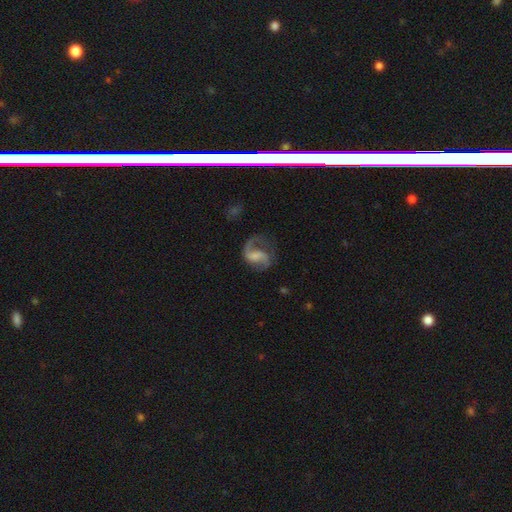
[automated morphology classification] smooth_or_featured: featured or disk (p=0.80) [alt: smooth p=0.14]
disk_edge_on: no (p=0.98) [alt: yes p=0.02]
bar: weak (p=0.44) [alt: no p=0.38]
has_spiral_arms: yes (p=0.93) [alt: no p=0.07]
spiral_winding: loose (p=0.49) [alt: medium p=0.42]
spiral_arm_count: 2 (p=0.71) [alt: 1 p=0.23]
bulge_size: none (p=0.46) [alt: small p=0.21]
merging: none (p=0.51) [alt: major disturbance p=0.28]